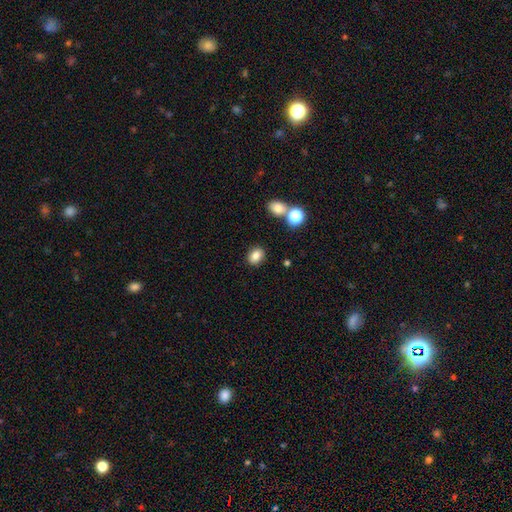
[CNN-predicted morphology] Overall: smooth (82%). How rounded: in between (56%; round 43%). Merging: none (85%).